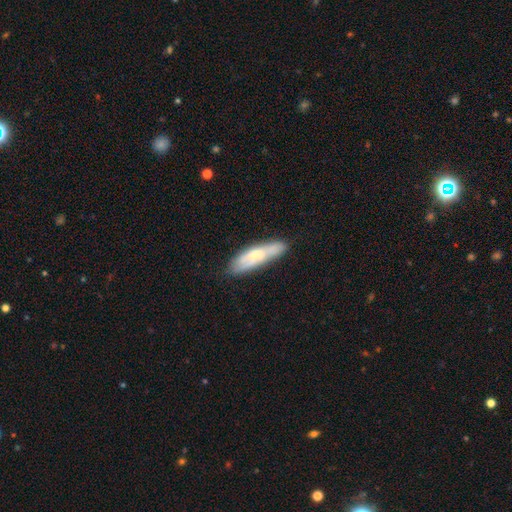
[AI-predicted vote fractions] Morphology: type=smooth (59%); roundness=cigar-shaped (61%); merging=none (70%).